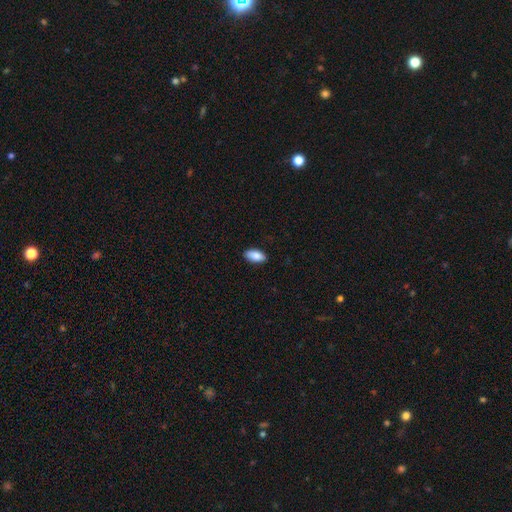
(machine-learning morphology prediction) A smooth galaxy with no disk features (88%) that is in between round and cigar-shaped (92%). Merging: none (89%).